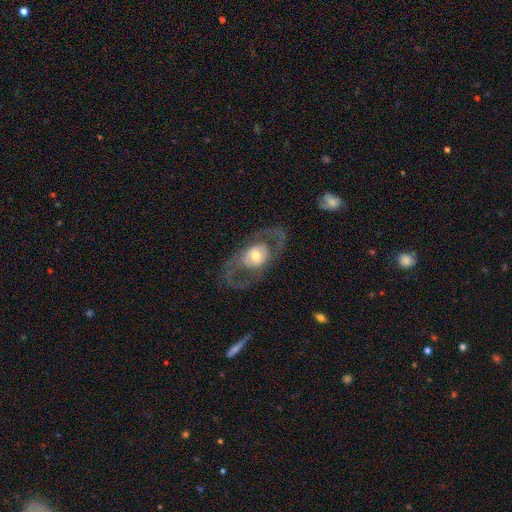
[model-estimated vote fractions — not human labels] smooth_or_featured: featured or disk (p=0.69) [alt: smooth p=0.26]
disk_edge_on: no (p=0.90) [alt: yes p=0.10]
bar: no (p=0.76) [alt: weak p=0.17]
has_spiral_arms: no (p=0.60) [alt: yes p=0.40]
bulge_size: moderate (p=0.60) [alt: large p=0.20]
merging: none (p=0.74) [alt: major disturbance p=0.13]